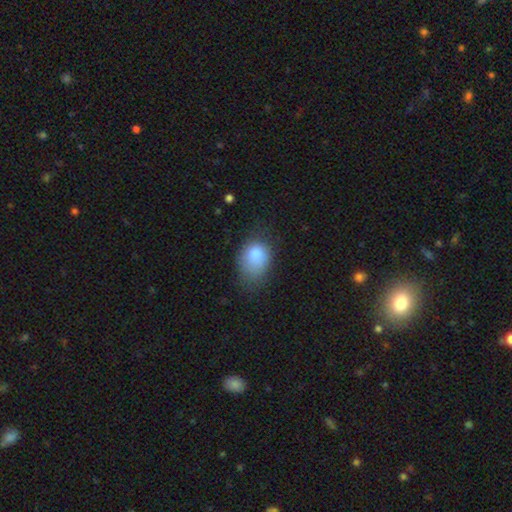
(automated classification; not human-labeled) A smooth galaxy with no disk features (84%) that is in between round and cigar-shaped (67%).

Vote fractions:
- Smooth or featured? smooth: 84% / star or artifact: 9% / featured or disk: 8%
- How rounded? in between: 67% / round: 32% / cigar-shaped: 1%
- Merging? none: 45% / minor disturbance: 35% / major disturbance: 18% / merger: 2%